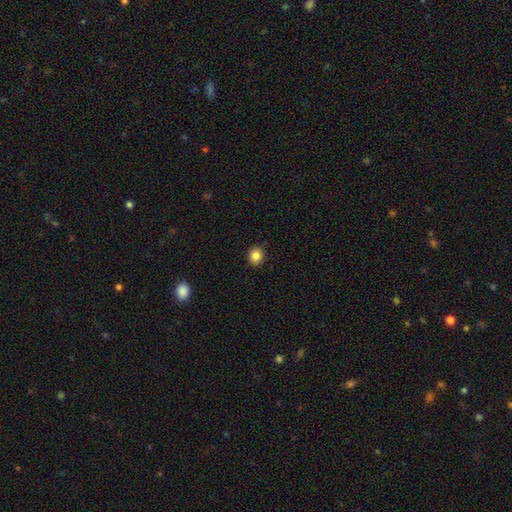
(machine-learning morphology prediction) type=smooth (85%); roundness=round (78%); merging=none (91%).